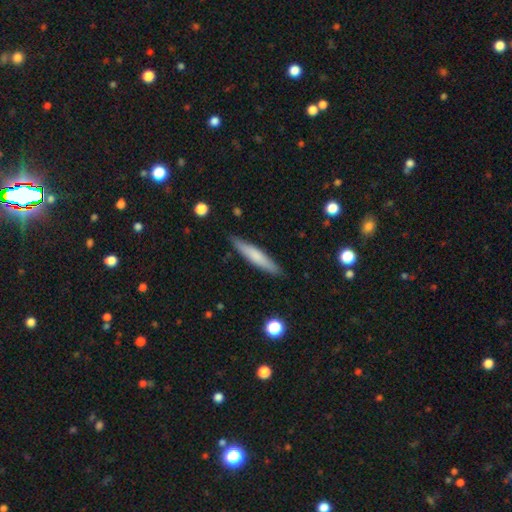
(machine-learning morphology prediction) Overall: smooth (67%; featured or disk 27%). How rounded: cigar-shaped (91%). Merging: none (88%).